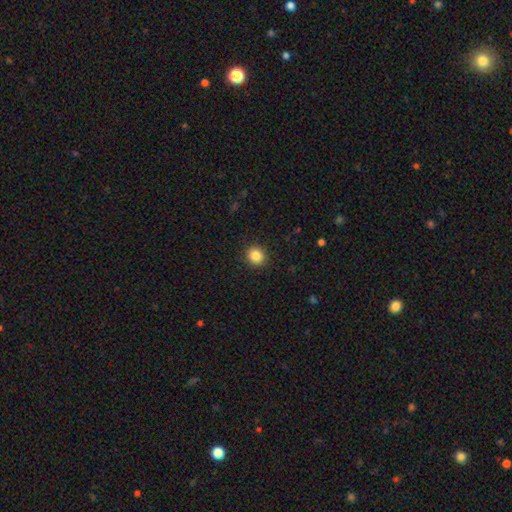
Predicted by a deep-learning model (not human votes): This appears to be a smooth galaxy with no disk features (85%) that is round (82%). Merging: none (91%).